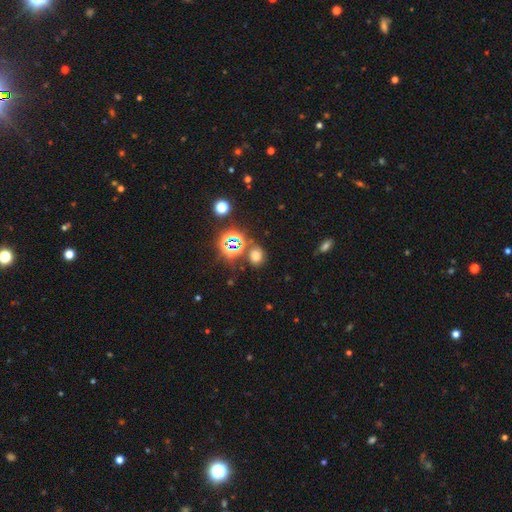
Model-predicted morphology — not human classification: Smooth or featured?
  - smooth: 59% *
  - star or artifact: 34%
  - featured or disk: 7%
How rounded?
  - round: 65% *
  - in between: 34%
  - cigar-shaped: 1%
Merging?
  - none: 73% *
  - minor disturbance: 12%
  - merger: 10%
  - major disturbance: 5%